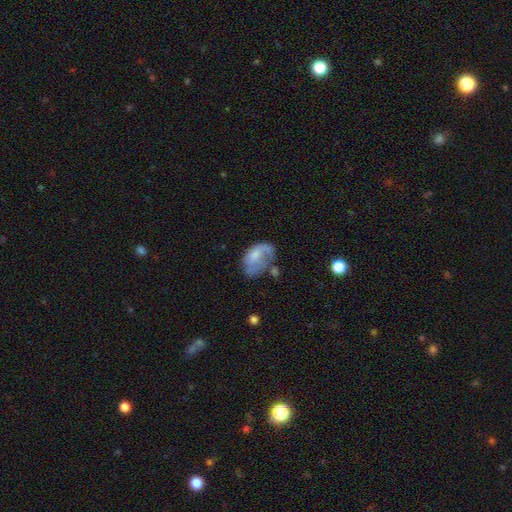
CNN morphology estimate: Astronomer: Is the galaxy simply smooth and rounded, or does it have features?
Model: smooth — 51% (runner-up: featured or disk, 41%).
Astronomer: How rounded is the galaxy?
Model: in between — 87%.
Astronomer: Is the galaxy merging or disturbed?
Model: major disturbance — 36% (runner-up: none, 29%).